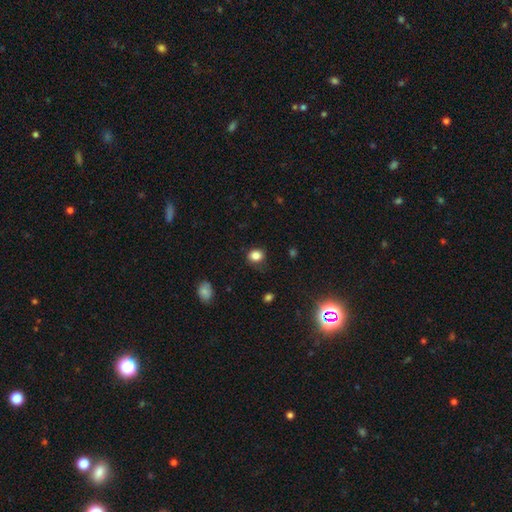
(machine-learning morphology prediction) smooth_or_featured: smooth (p=0.83) [alt: star or artifact p=0.12]
how_rounded: round (p=0.66) [alt: in between p=0.33]
merging: none (p=0.76) [alt: minor disturbance p=0.18]